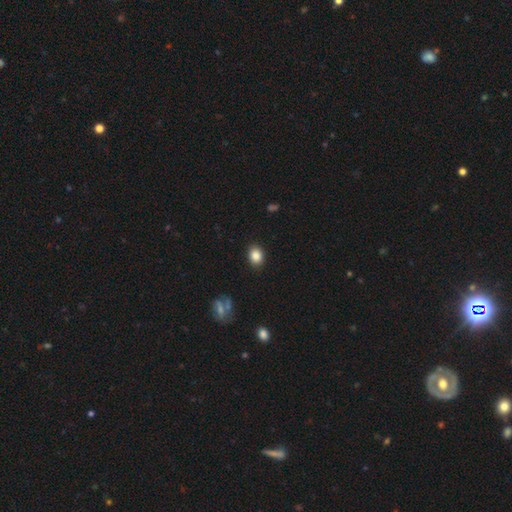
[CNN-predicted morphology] smooth-or-featured: smooth: 86% | star or artifact: 10% | featured or disk: 5%
  how-rounded: in between: 51% | round: 48% | cigar-shaped: 1%
  merging: none: 88% | minor disturbance: 8% | major disturbance: 2% | merger: 1%